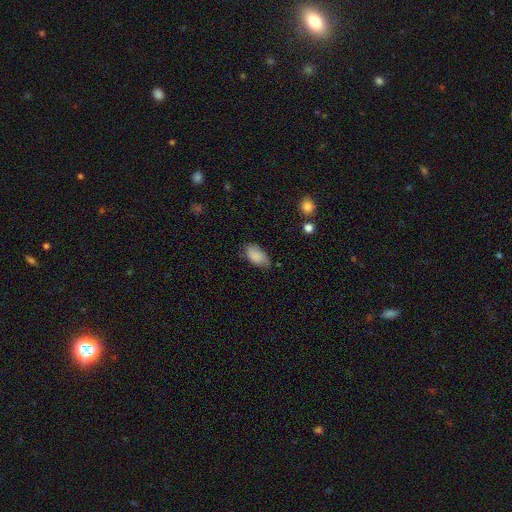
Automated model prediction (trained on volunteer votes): smooth 87%, star or artifact 7%, featured or disk 6%. Down the decision tree: how rounded — in between (94%); merging — none (68%).